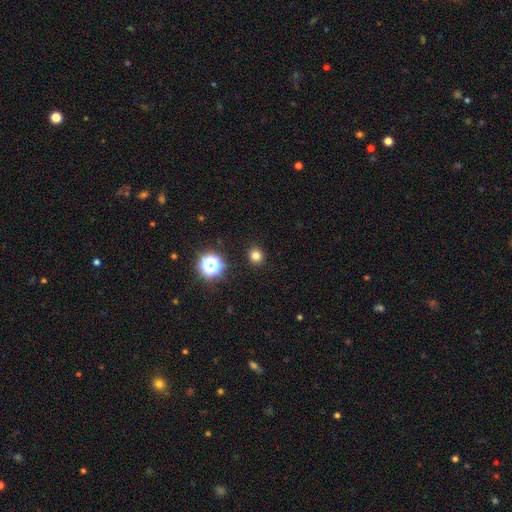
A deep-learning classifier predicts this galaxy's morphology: smooth-or-featured: smooth: 78% | star or artifact: 17% | featured or disk: 5%
  how-rounded: round: 88% | in between: 11% | cigar-shaped: 1%
  merging: none: 92% | minor disturbance: 5% | major disturbance: 2% | merger: 1%